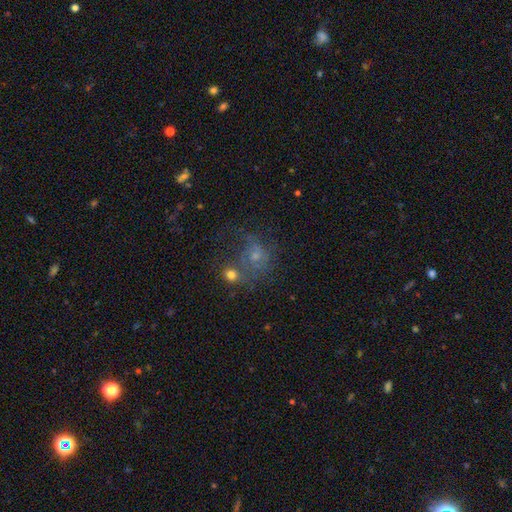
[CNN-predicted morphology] featured or disk 43%, smooth 34%, star or artifact 22%. Down the decision tree: merging — none (39%).